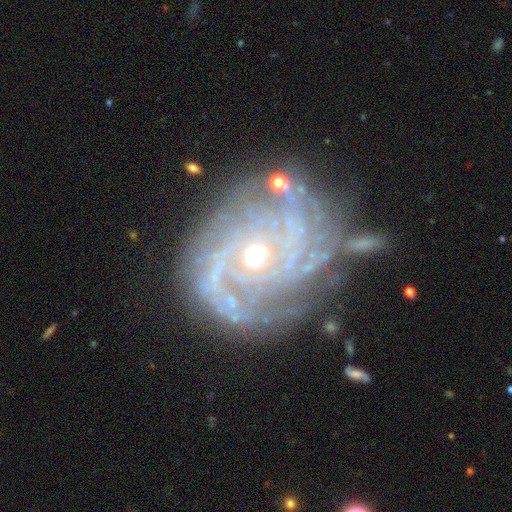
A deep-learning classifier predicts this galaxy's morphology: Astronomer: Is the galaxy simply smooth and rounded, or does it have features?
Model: featured or disk — 89%.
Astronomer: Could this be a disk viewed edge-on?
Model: no — 97%.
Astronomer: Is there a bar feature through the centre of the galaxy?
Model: no — 73%.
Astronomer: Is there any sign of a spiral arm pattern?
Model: yes — 97%.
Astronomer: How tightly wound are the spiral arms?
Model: tight — 72%.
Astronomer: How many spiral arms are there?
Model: can't tell — 25% (runner-up: 3, 22%).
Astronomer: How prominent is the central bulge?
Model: moderate — 49% (runner-up: small, 47%).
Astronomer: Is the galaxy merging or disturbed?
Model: none — 66%.